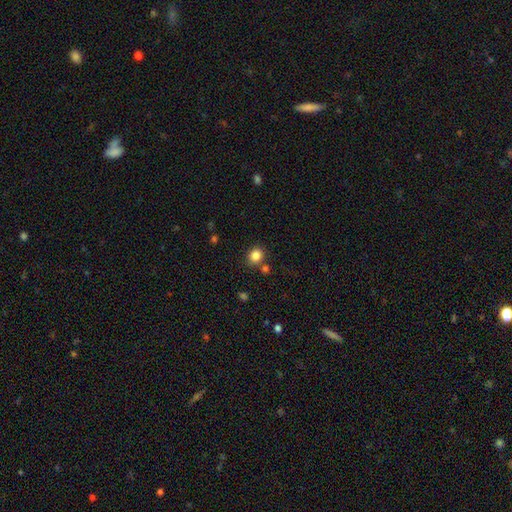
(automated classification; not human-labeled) A smooth galaxy with no disk features (84%) that is round (76%). Merging: none (79%).